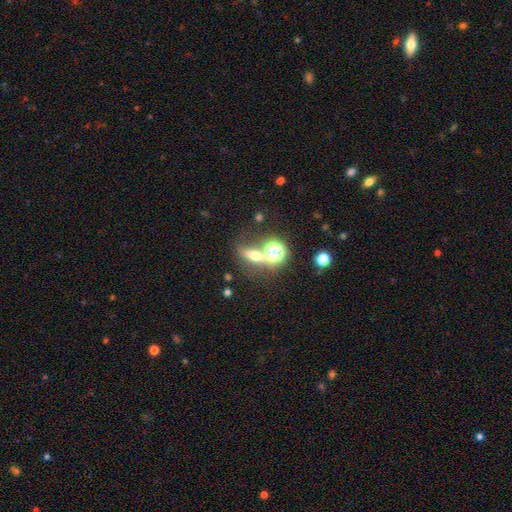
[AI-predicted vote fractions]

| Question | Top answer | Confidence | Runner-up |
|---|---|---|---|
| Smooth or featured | smooth | 51% | star or artifact (26%) |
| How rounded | in between | 47% | round (34%) |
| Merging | none | 50% | merger (31%) |